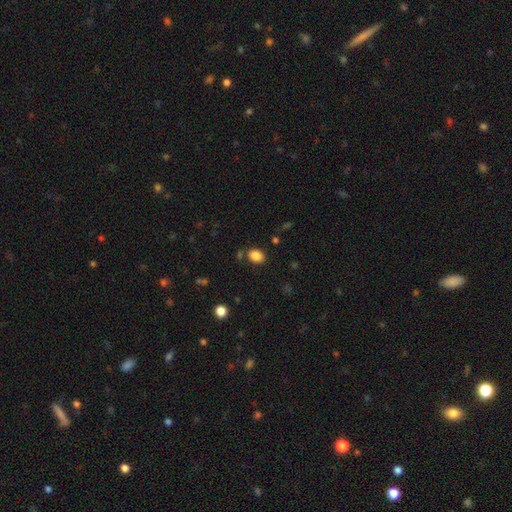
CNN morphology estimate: Smooth or featured? Predicted: smooth (p=0.86). How rounded? Predicted: in between (p=0.74). Merging? Predicted: none (p=0.79).